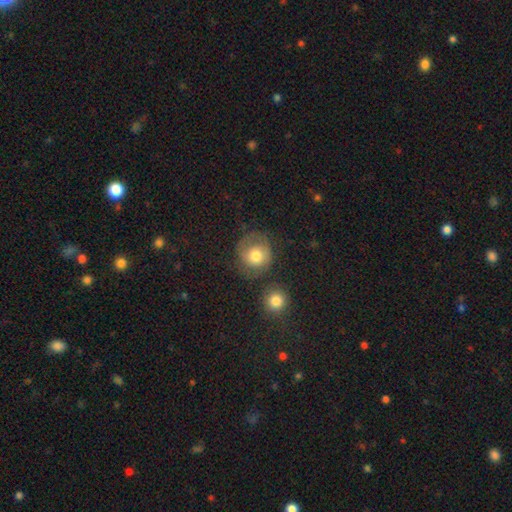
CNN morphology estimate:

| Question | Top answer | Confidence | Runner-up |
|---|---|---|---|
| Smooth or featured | smooth | 66% | featured or disk (24%) |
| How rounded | round | 85% | in between (14%) |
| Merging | none | 58% | minor disturbance (20%) |